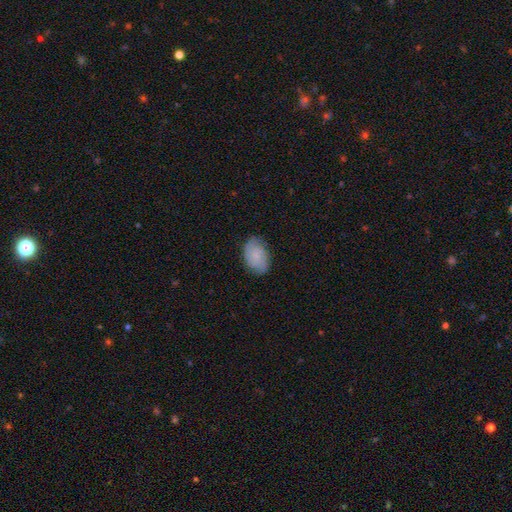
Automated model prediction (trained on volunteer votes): The model was most divided on "smooth or featured": smooth: 61%, featured or disk: 31%, star or artifact: 8%. More confident: how rounded — in between (83%); merging — none (75%).